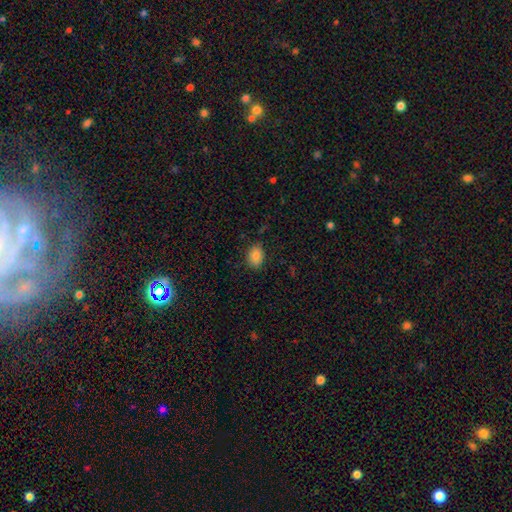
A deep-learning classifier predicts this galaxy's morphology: This is clearly a smooth galaxy (86%). How rounded: likely in between (76%). Merging: clearly none (83%).